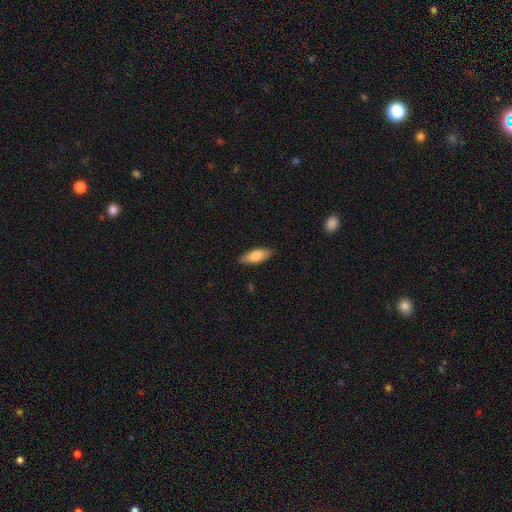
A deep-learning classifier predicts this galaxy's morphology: Smooth or featured? Predicted: smooth (p=0.81). How rounded? Predicted: in between (p=0.74). Merging? Predicted: none (p=0.87).